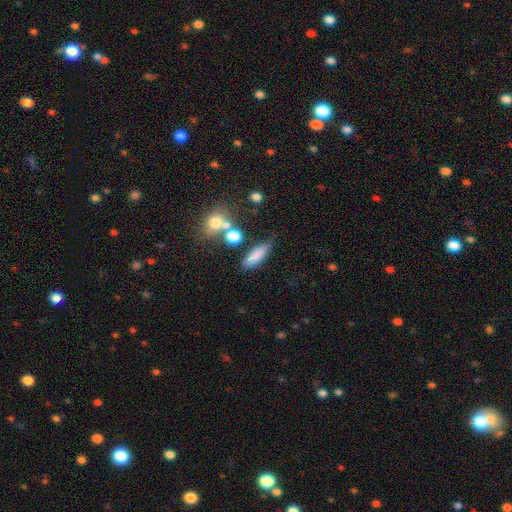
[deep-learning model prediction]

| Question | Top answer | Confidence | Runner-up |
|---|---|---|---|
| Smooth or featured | smooth | 79% | featured or disk (12%) |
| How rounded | in between | 50% | cigar-shaped (46%) |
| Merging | none | 63% | minor disturbance (21%) |